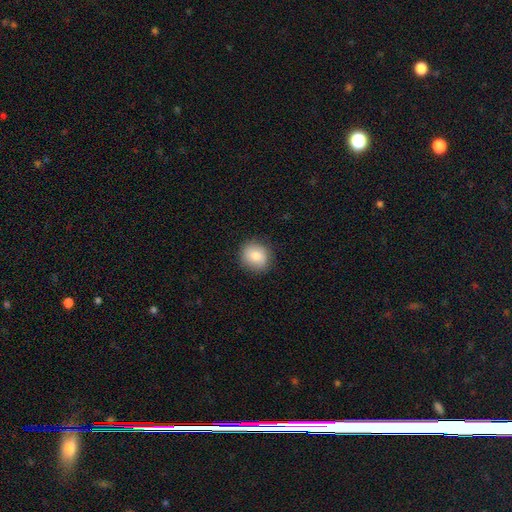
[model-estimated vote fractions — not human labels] Smooth or featured?
  - smooth: 80% *
  - featured or disk: 12%
  - star or artifact: 8%
How rounded?
  - round: 81% *
  - in between: 18%
  - cigar-shaped: 1%
Merging?
  - none: 86% *
  - minor disturbance: 11%
  - major disturbance: 3%
  - merger: 1%